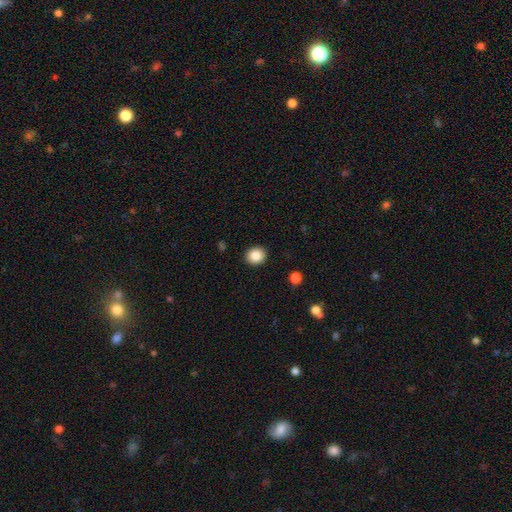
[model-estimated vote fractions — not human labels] This is clearly a smooth galaxy (86%). How rounded: clearly round (83%). Merging: clearly none (92%).